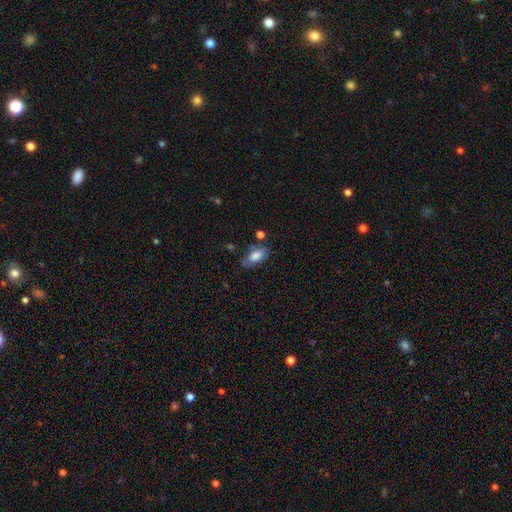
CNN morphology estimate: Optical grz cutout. It shows a smooth galaxy with no disk features (74%) that is in between round and cigar-shaped (90%). Merging: none (63%).